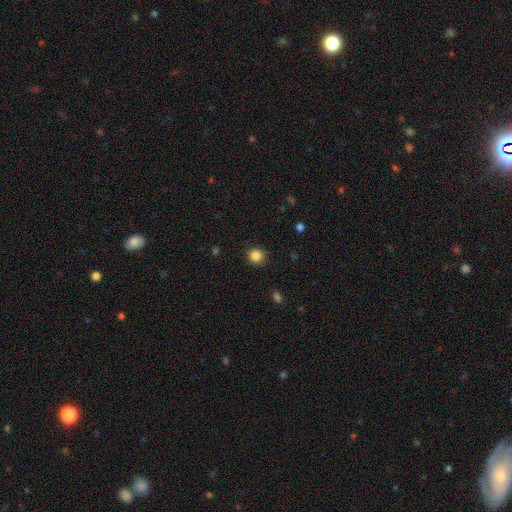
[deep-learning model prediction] Smooth or featured?
  - smooth: 85% *
  - star or artifact: 11%
  - featured or disk: 4%
How rounded?
  - round: 90% *
  - in between: 9%
  - cigar-shaped: 1%
Merging?
  - none: 88% *
  - minor disturbance: 9%
  - major disturbance: 2%
  - merger: 1%